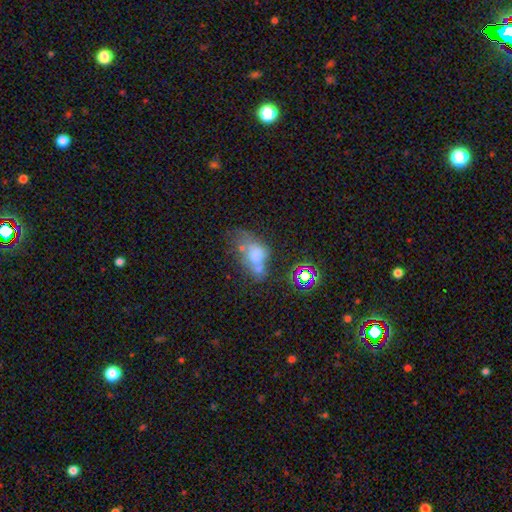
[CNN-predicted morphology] The model was most divided on "smooth or featured": smooth: 51%, featured or disk: 31%, star or artifact: 17%. Remaining: how rounded — in between (77%); merging — merger (43%).